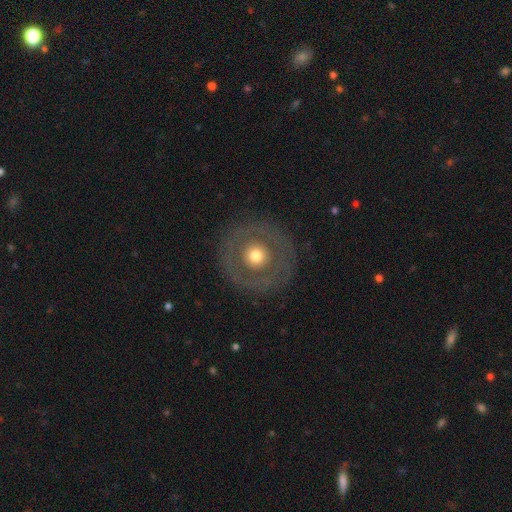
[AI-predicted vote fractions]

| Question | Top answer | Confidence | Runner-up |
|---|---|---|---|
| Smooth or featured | smooth | 49% | featured or disk (44%) |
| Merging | none | 84% | minor disturbance (9%) |